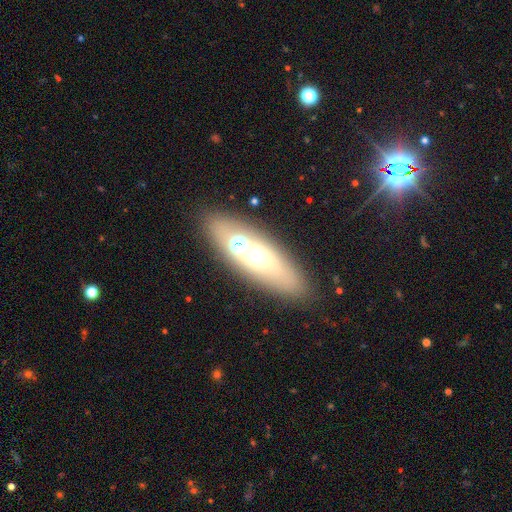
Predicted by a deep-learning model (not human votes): Morphology: type=smooth (44%); merging=none (67%).